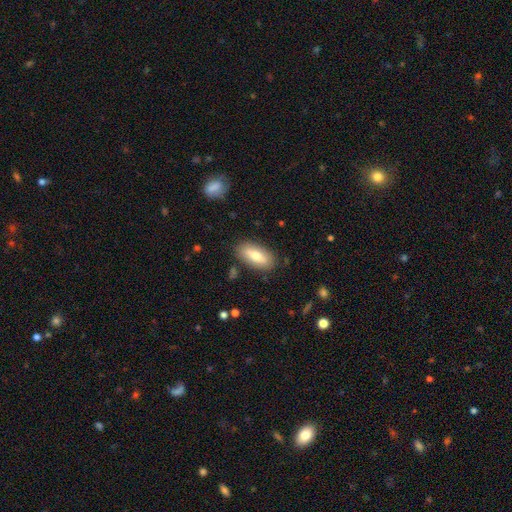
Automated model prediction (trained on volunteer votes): This appears to be a smooth galaxy with no disk features (74%) that is in between round and cigar-shaped (85%). Merging: none (85%).